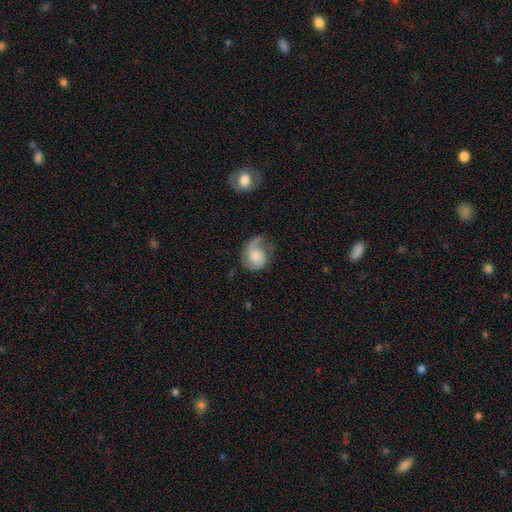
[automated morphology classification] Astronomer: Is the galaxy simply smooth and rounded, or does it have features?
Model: featured or disk — 65%.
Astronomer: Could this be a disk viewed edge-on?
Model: no — 98%.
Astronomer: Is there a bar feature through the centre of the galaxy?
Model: no — 68%.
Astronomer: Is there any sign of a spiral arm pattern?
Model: yes — 93%.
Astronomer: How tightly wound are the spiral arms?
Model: medium — 42% (runner-up: loose, 36%).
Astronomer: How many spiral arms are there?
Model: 2 — 50% (runner-up: 1, 41%).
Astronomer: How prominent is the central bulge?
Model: moderate — 32% (runner-up: small, 25%).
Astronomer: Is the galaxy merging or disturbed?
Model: none — 48% (runner-up: minor disturbance, 27%).